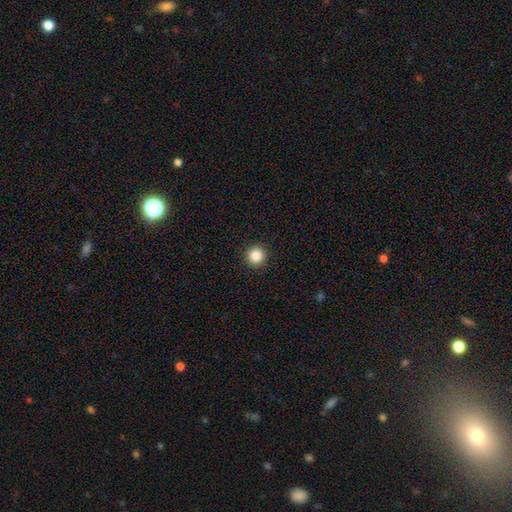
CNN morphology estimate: A smooth galaxy with no disk features (86%) that is round (95%). Merging: none (93%).